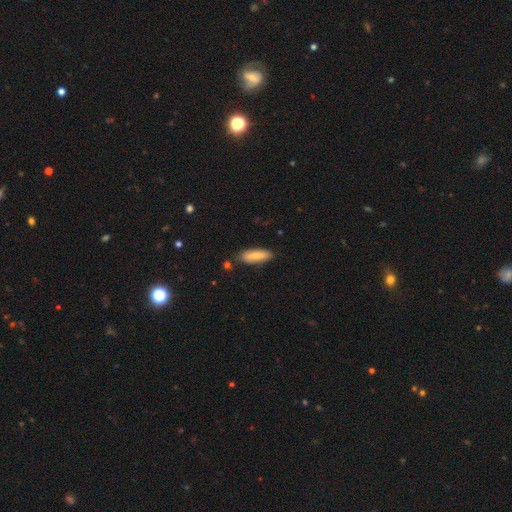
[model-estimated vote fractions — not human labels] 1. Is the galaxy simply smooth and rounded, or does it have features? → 76% smooth, 18% featured or disk, 6% star or artifact.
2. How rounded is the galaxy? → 53% in between, 45% cigar-shaped, 2% round.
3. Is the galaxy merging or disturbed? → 80% none, 14% minor disturbance, 3% merger, 2% major disturbance.